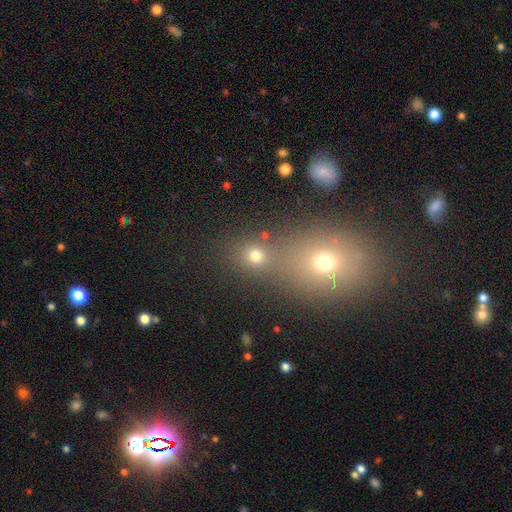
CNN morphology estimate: Overall: smooth (70%). How rounded: round (78%). Merging: none (48%; merger 42%).